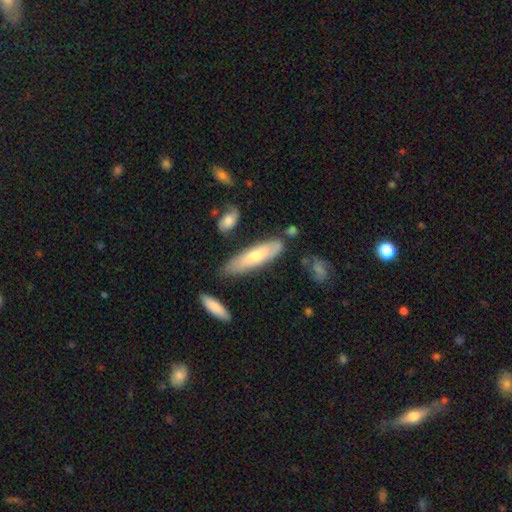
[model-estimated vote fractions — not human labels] Q: Smooth or featured?
A: smooth (56%); runner-up: featured or disk (38%)
Q: How rounded?
A: cigar-shaped (66%); runner-up: in between (33%)
Q: Merging?
A: none (75%); runner-up: minor disturbance (17%)